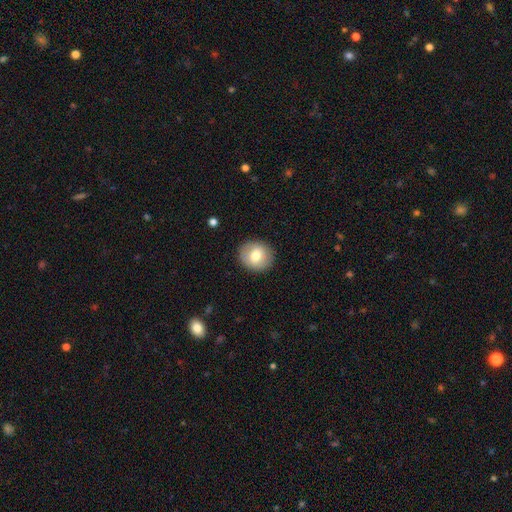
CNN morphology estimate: smooth-or-featured: smooth: 71% | featured or disk: 22% | star or artifact: 8%
  how-rounded: round: 81% | in between: 18% | cigar-shaped: 1%
  merging: none: 89% | minor disturbance: 8% | major disturbance: 2% | merger: 1%